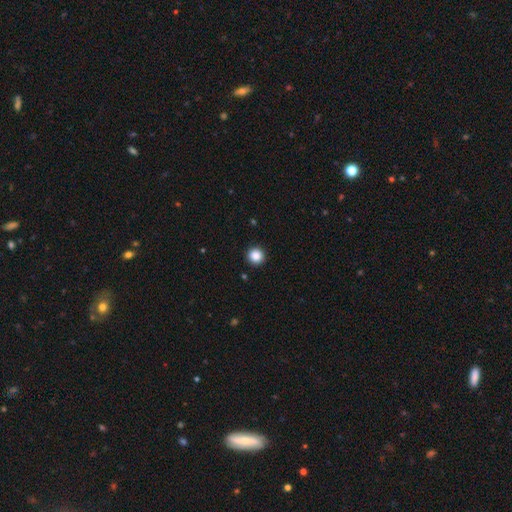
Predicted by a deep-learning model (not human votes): Smooth or featured? smooth (87%)
How rounded? round (95%)
Merging? none (93%)